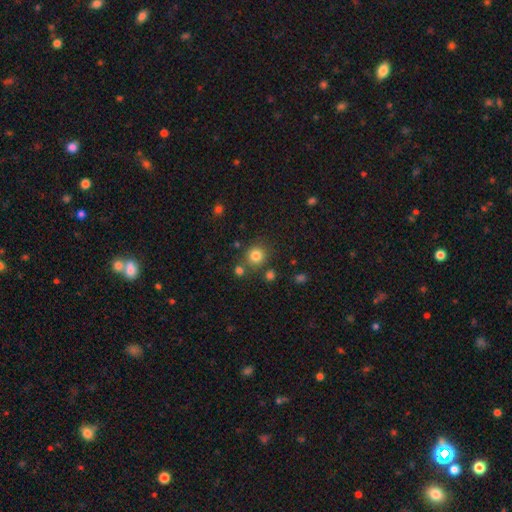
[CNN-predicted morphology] This is clearly a smooth galaxy (81%). How rounded: clearly round (89%). Merging: likely none (79%).